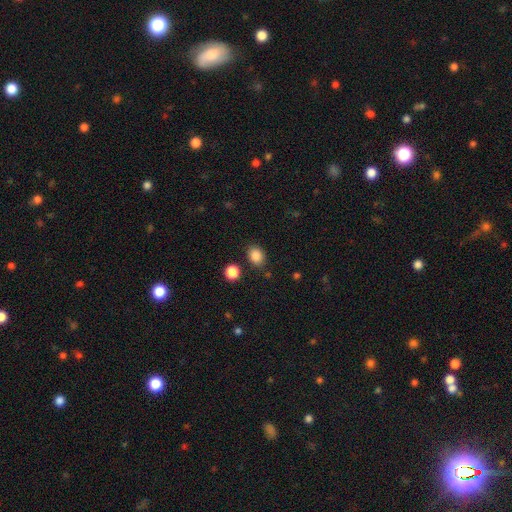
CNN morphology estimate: Smooth or featured? Predicted: smooth (p=0.86). How rounded? Predicted: in between (p=0.57). Merging? Predicted: none (p=0.83).